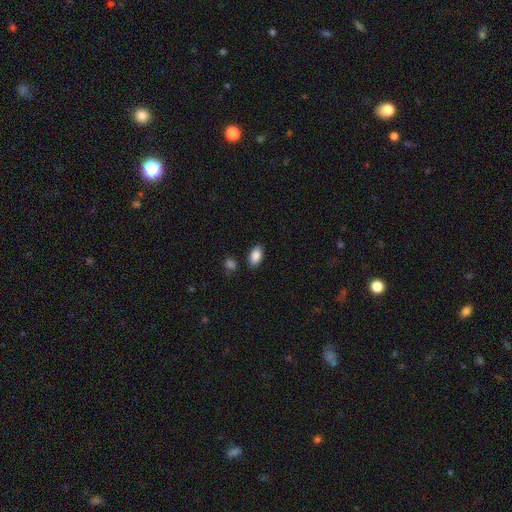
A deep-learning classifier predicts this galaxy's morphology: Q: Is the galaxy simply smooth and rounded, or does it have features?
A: smooth — 88%.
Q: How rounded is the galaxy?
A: in between — 93%.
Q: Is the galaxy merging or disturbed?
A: none — 83%.